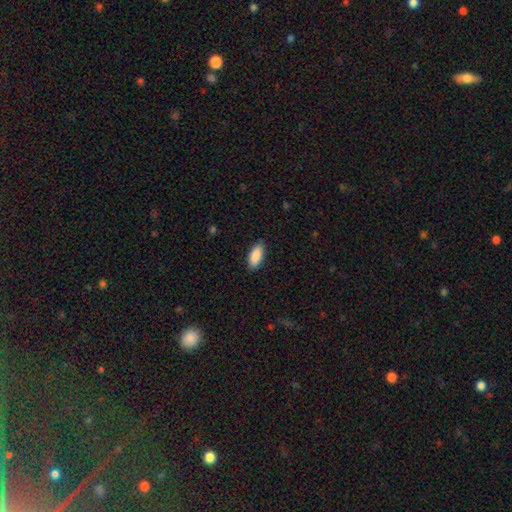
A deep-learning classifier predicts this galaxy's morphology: A smooth galaxy with no disk features (89%) that is in between round and cigar-shaped (86%).

Vote fractions:
- Smooth or featured? smooth: 89% / star or artifact: 6% / featured or disk: 5%
- How rounded? in between: 86% / cigar-shaped: 13% / round: 2%
- Merging? none: 87% / minor disturbance: 10% / major disturbance: 2% / merger: 1%